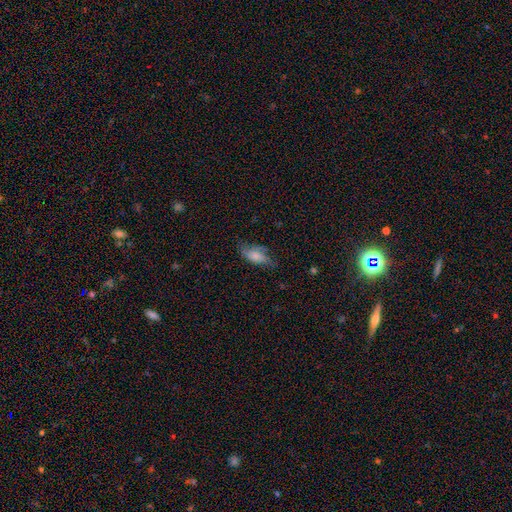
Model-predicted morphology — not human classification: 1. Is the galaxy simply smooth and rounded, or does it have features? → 67% smooth, 24% featured or disk, 9% star or artifact.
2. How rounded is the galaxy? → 88% in between, 8% cigar-shaped, 4% round.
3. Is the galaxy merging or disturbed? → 51% none, 32% minor disturbance, 15% major disturbance, 2% merger.